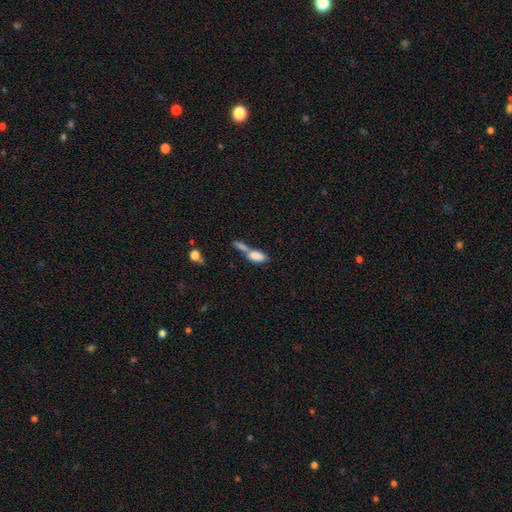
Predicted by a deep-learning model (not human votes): Smooth or featured?
  - smooth: 80% *
  - featured or disk: 13%
  - star or artifact: 8%
How rounded?
  - in between: 84% *
  - cigar-shaped: 12%
  - round: 4%
Merging?
  - merger: 64% *
  - none: 22%
  - minor disturbance: 8%
  - major disturbance: 6%